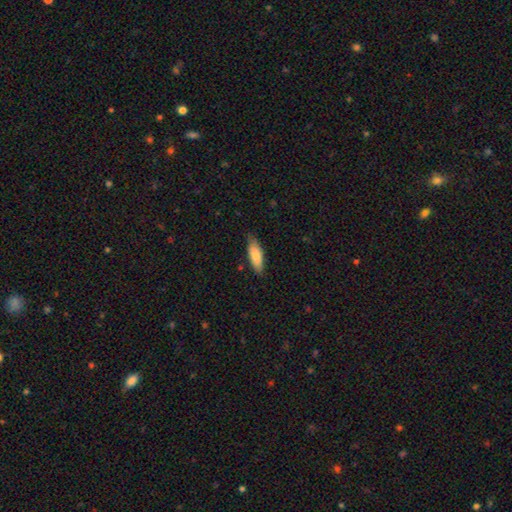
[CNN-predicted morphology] Smooth or featured: smooth — 81% (featured or disk — 14%)
How rounded: in between — 62% (cigar-shaped — 36%)
Merging: none — 77% (minor disturbance — 19%)